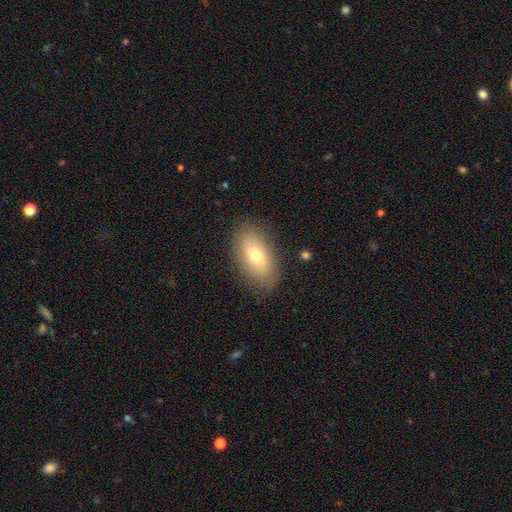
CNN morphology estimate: Smooth or featured? Predicted: smooth (p=0.67). How rounded? Predicted: in between (p=0.90). Merging? Predicted: none (p=0.85).